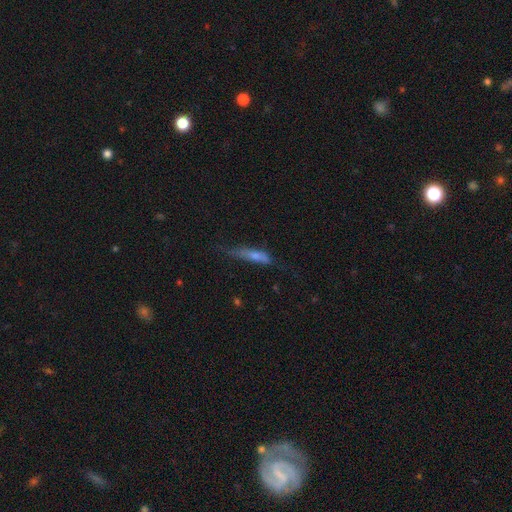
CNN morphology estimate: smooth 56%, featured or disk 34%, star or artifact 10%. Down the decision tree: how rounded — cigar-shaped (82%); merging — none (47%).